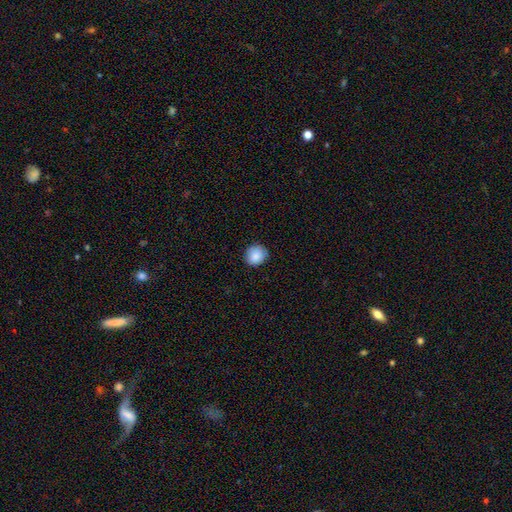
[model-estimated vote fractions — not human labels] A smooth galaxy with no disk features (88%) that is round (84%).

Vote fractions:
- Smooth or featured? smooth: 88% / star or artifact: 8% / featured or disk: 4%
- How rounded? round: 84% / in between: 15% / cigar-shaped: 1%
- Merging? none: 86% / minor disturbance: 11% / major disturbance: 2% / merger: 1%